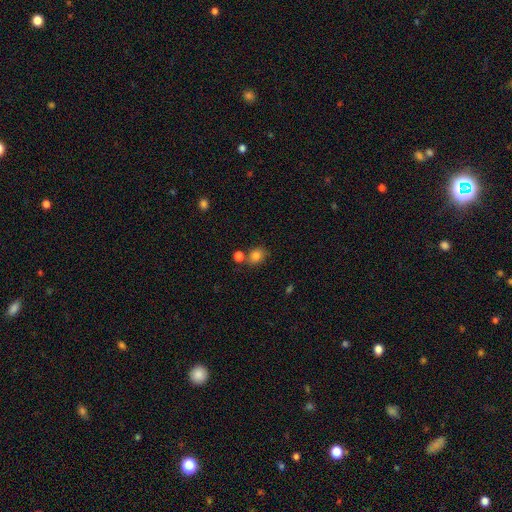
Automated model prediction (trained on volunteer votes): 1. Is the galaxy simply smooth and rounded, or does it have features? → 82% smooth, 11% star or artifact, 6% featured or disk.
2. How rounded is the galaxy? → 53% round, 46% in between, 1% cigar-shaped.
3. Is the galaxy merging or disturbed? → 65% none, 18% merger, 13% minor disturbance, 4% major disturbance.